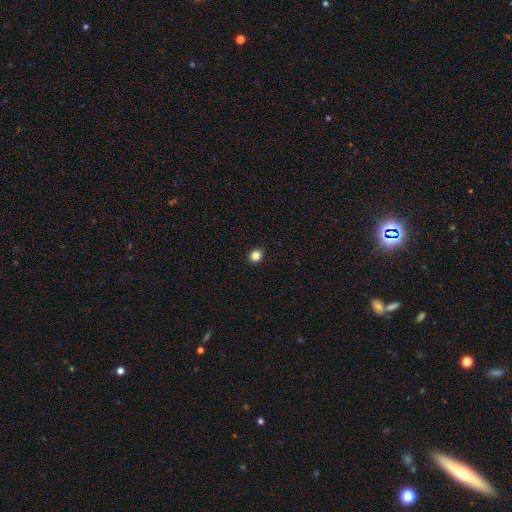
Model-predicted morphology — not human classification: Smooth or featured?
  - smooth: 83% *
  - star or artifact: 12%
  - featured or disk: 5%
How rounded?
  - round: 73% *
  - in between: 26%
  - cigar-shaped: 1%
Merging?
  - none: 92% *
  - minor disturbance: 6%
  - major disturbance: 2%
  - merger: 1%